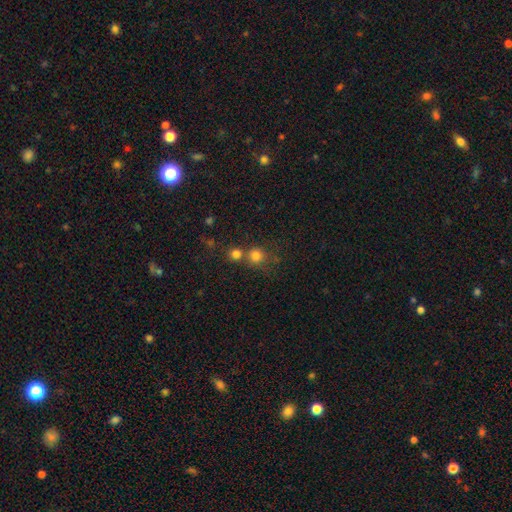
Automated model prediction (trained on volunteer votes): Smooth or featured? smooth (78%)
How rounded? round (89%)
Merging? none (52%)